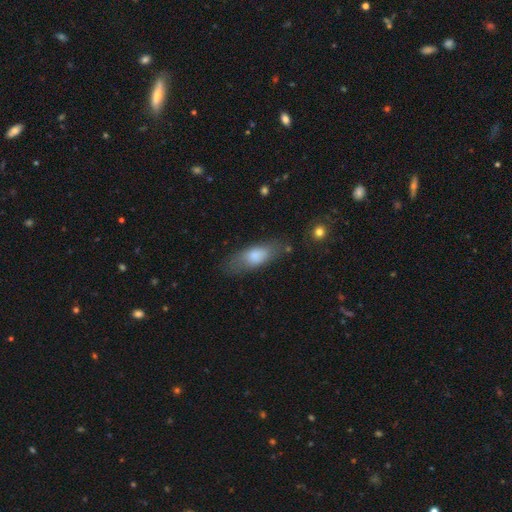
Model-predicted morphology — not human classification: smooth_or_featured: smooth (p=0.77) [alt: featured or disk p=0.17]
how_rounded: in between (p=0.72) [alt: cigar-shaped p=0.25]
merging: none (p=0.69) [alt: minor disturbance p=0.20]